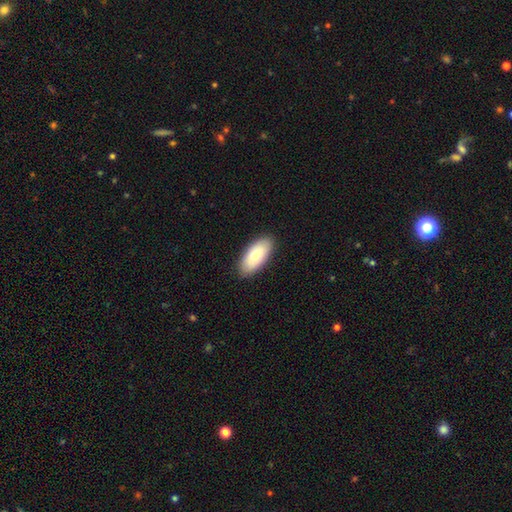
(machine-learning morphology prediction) The model was most divided on "smooth or featured": smooth: 78%, featured or disk: 16%, star or artifact: 6%. More confident: how rounded — in between (91%); merging — none (89%).